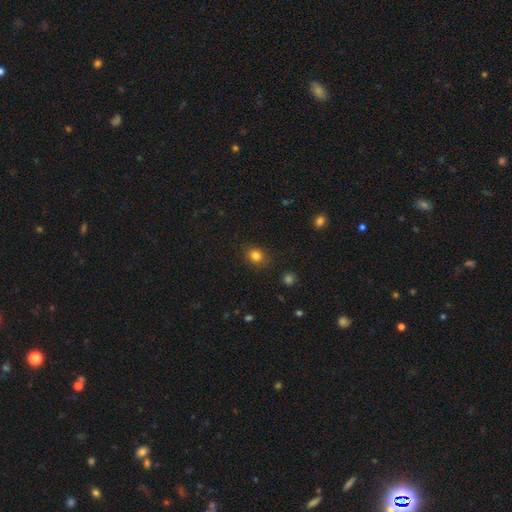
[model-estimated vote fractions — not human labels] smooth 81%, star or artifact 13%, featured or disk 6%. Down the decision tree: how rounded — round (64%); merging — none (87%).